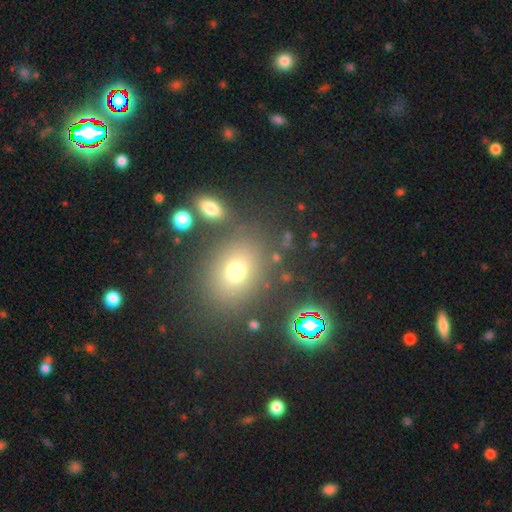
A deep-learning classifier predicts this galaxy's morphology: smooth 54%, star or artifact 33%, featured or disk 13%. Down the decision tree: how rounded — round (51%); merging — none (80%).